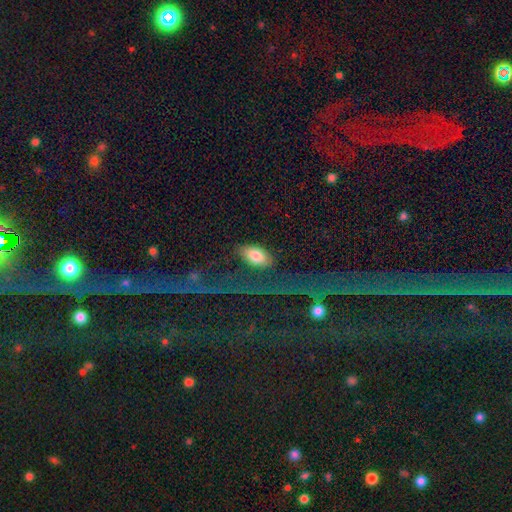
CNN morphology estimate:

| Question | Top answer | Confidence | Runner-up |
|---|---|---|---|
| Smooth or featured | smooth | 77% | featured or disk (15%) |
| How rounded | in between | 93% | round (4%) |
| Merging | none | 64% | minor disturbance (17%) |